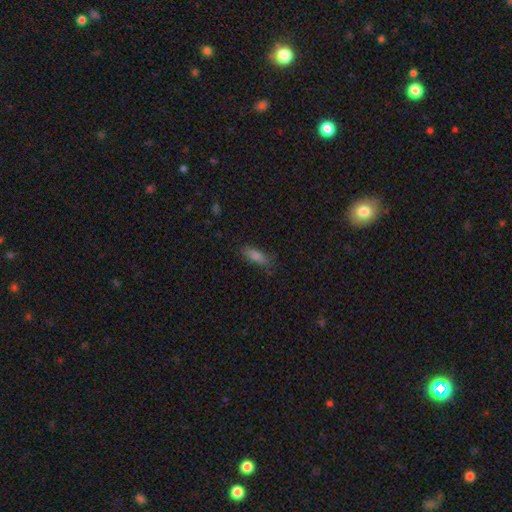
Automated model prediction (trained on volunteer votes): smooth_or_featured: smooth (p=0.79) [alt: star or artifact p=0.11]
how_rounded: in between (p=0.59) [alt: cigar-shaped p=0.38]
merging: none (p=0.78) [alt: minor disturbance p=0.17]